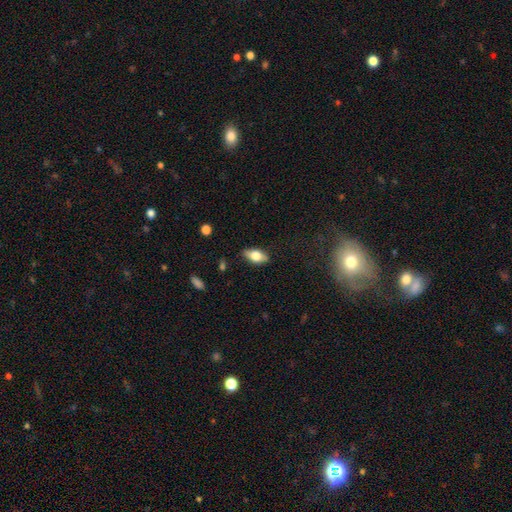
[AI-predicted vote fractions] Smooth or featured?
  - smooth: 65% *
  - featured or disk: 27%
  - star or artifact: 8%
How rounded?
  - in between: 86% *
  - cigar-shaped: 8%
  - round: 5%
Merging?
  - none: 81% *
  - minor disturbance: 15%
  - major disturbance: 3%
  - merger: 1%